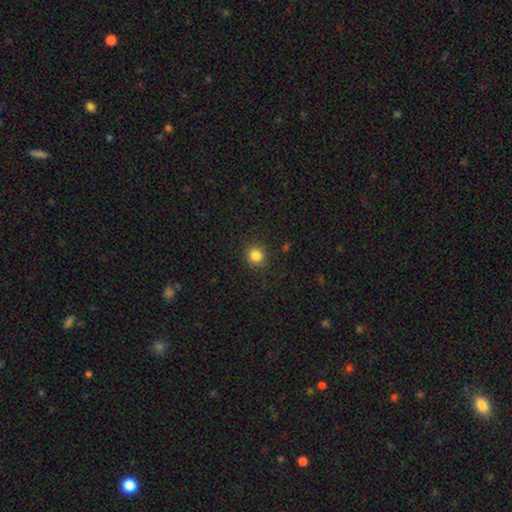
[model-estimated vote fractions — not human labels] Smooth or featured?
  - smooth: 83% *
  - star or artifact: 12%
  - featured or disk: 4%
How rounded?
  - round: 90% *
  - in between: 9%
  - cigar-shaped: 1%
Merging?
  - none: 89% *
  - minor disturbance: 7%
  - major disturbance: 3%
  - merger: 1%